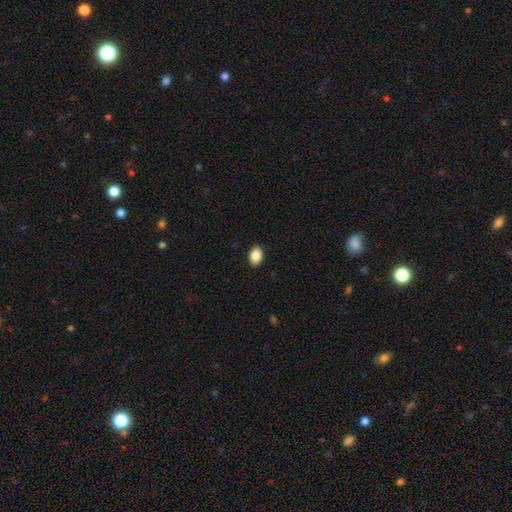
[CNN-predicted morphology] smooth 88%, star or artifact 8%, featured or disk 4%. Down the decision tree: how rounded — in between (82%); merging — none (91%).